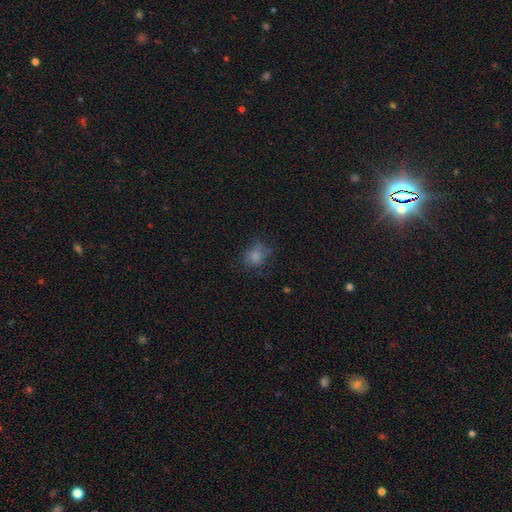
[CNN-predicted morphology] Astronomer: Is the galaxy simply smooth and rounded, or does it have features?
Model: smooth — 78%.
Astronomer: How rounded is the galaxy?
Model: round — 59% (runner-up: in between, 40%).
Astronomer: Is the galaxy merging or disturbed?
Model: none — 67%.